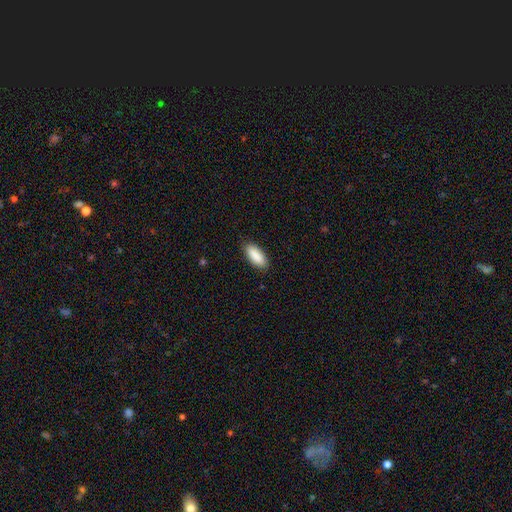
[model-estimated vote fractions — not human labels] Overall: smooth (90%). How rounded: in between (84%). Merging: none (86%).